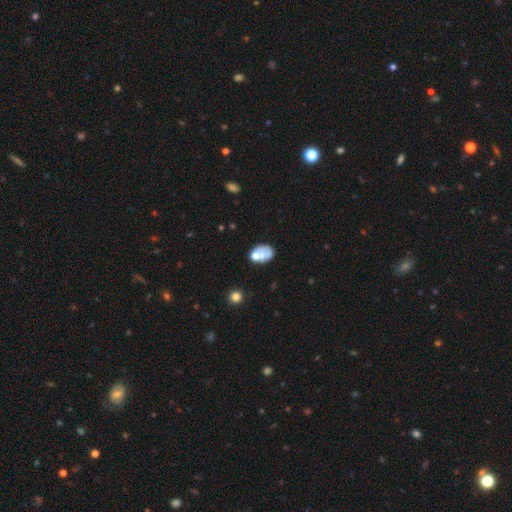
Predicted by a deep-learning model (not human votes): Smooth or featured: smooth — 60% (featured or disk — 30%)
How rounded: in between — 77% (round — 22%)
Merging: none — 45% (merger — 25%)